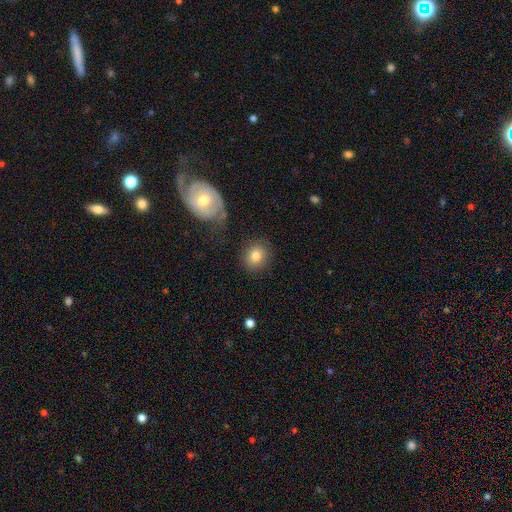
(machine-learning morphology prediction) smooth_or_featured: smooth (p=0.78) [alt: featured or disk p=0.13]
how_rounded: round (p=0.74) [alt: in between p=0.25]
merging: none (p=0.80) [alt: minor disturbance p=0.12]